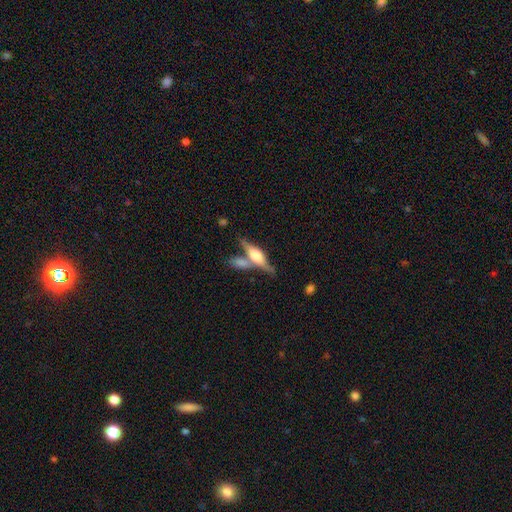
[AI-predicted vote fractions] smooth-or-featured: featured or disk: 61% | smooth: 33% | star or artifact: 6%
  disk-edge-on: yes: 93% | no: 7%
    edge-on-bulge: rounded: 82% | boxy: 14% | none: 3%
  merging: none: 53% | merger: 30% | minor disturbance: 12% | major disturbance: 5%